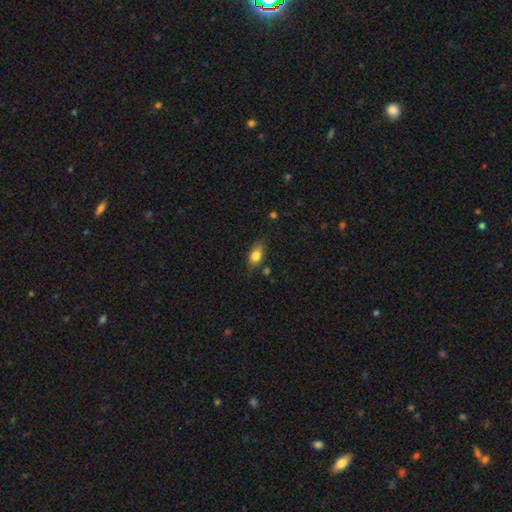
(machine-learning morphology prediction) A smooth galaxy with no disk features (76%) that is in between round and cigar-shaped (82%). Merging: none (68%).